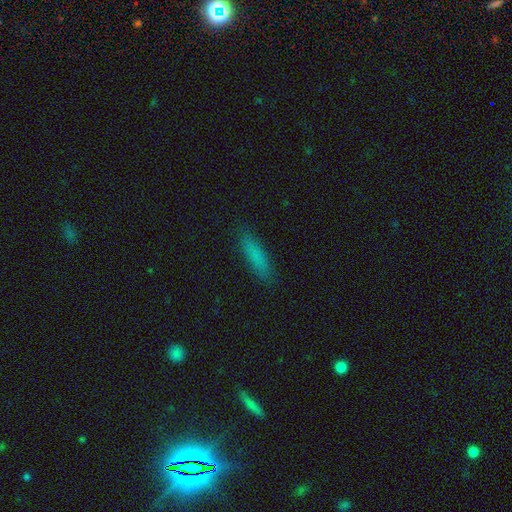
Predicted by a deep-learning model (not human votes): Smooth or featured? Predicted: smooth (p=0.79). How rounded? Predicted: cigar-shaped (p=0.77). Merging? Predicted: none (p=0.87).